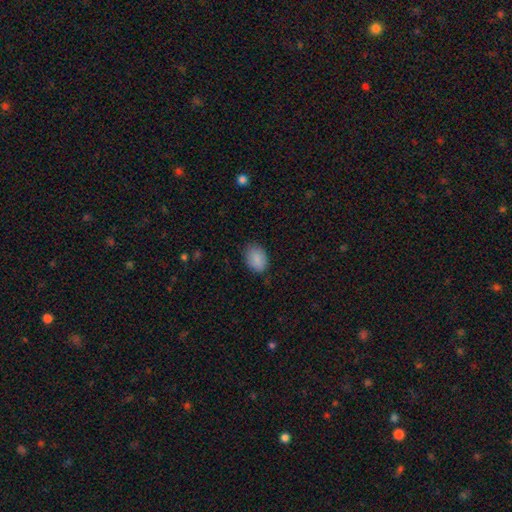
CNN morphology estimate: A smooth galaxy with no disk features (88%) that is in between round and cigar-shaped (78%). Merging: none (77%).